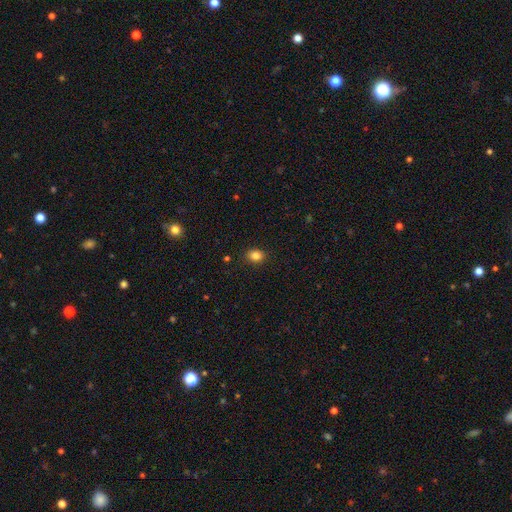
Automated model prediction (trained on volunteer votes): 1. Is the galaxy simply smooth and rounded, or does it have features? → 84% smooth, 11% star or artifact, 5% featured or disk.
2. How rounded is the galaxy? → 64% in between, 35% round, 1% cigar-shaped.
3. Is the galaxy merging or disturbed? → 88% none, 8% minor disturbance, 2% major disturbance, 1% merger.